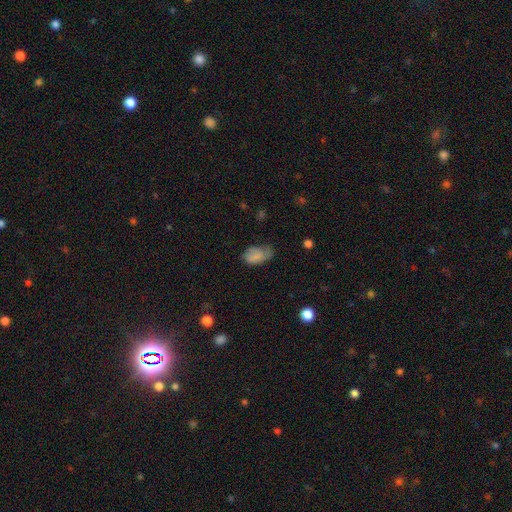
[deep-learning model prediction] A smooth galaxy with no disk features (76%) that is in between round and cigar-shaped (91%). Merging: minor disturbance (40%).